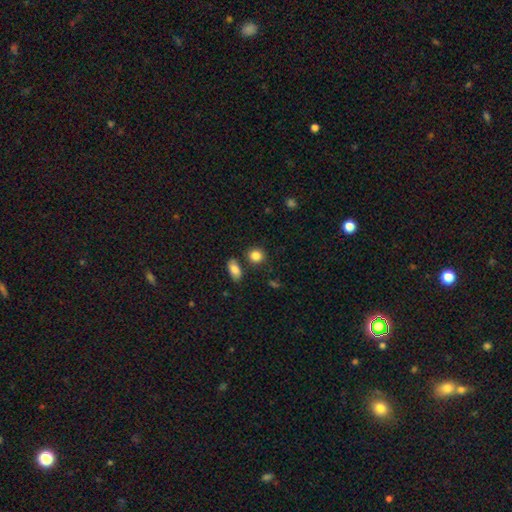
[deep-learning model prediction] Smooth or featured? smooth (86%)
How rounded? round (76%)
Merging? none (79%)